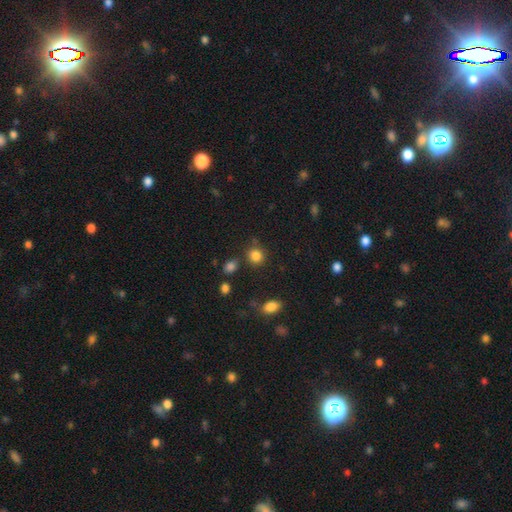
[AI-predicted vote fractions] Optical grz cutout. It shows a smooth galaxy with no disk features (83%) that is round (84%). Merging: none (76%).